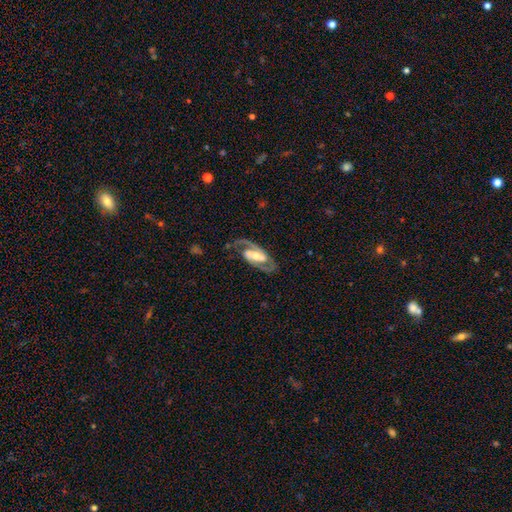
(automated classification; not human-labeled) featured or disk 90%, smooth 6%, star or artifact 4%. Down the decision tree: edge-on disk — no (96%); bar — strong (52%); spiral arms — yes (97%); spiral arm count — 2 (92%); spiral winding — medium (57%); bulge size — moderate (56%); merging — none (80%).